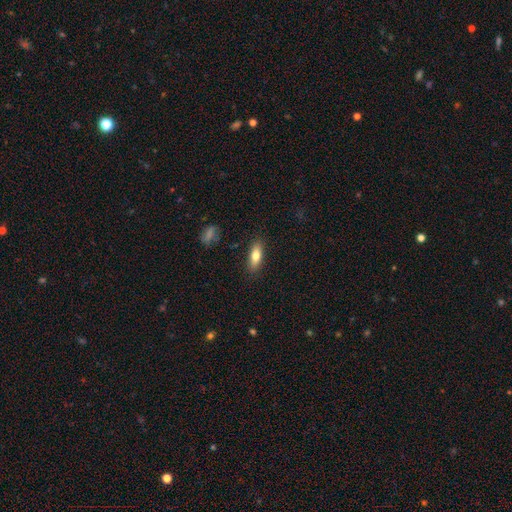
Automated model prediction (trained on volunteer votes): Q: Smooth or featured?
A: smooth (76%); runner-up: featured or disk (17%)
Q: How rounded?
A: in between (68%); runner-up: cigar-shaped (29%)
Q: Merging?
A: none (87%); runner-up: minor disturbance (10%)